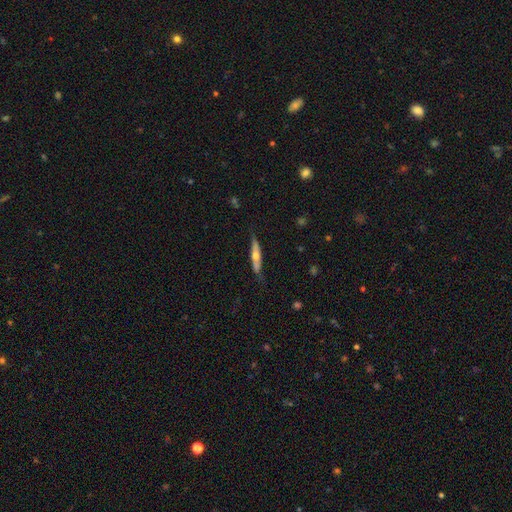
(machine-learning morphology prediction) smooth_or_featured: featured or disk (p=0.53) [alt: smooth p=0.42]
disk_edge_on: yes (p=0.89) [alt: no p=0.11]
merging: none (p=0.72) [alt: minor disturbance p=0.21]